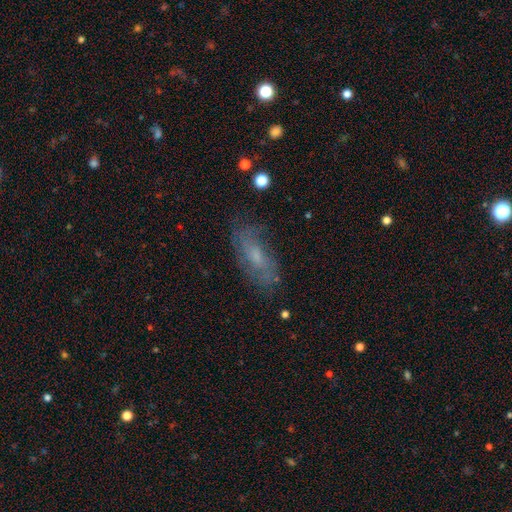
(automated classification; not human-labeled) Q: Smooth or featured?
A: featured or disk (47%); runner-up: smooth (42%)
Q: Merging?
A: none (74%); runner-up: minor disturbance (18%)